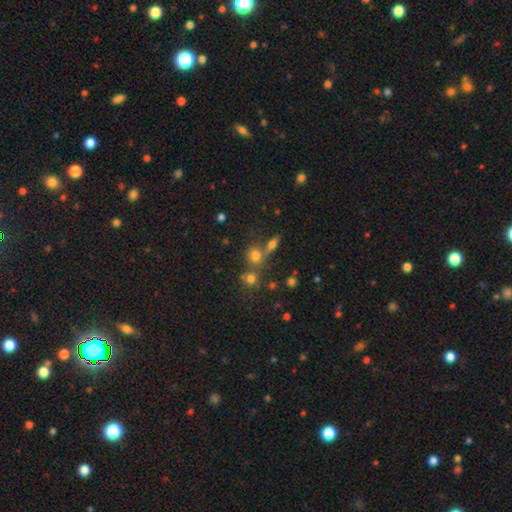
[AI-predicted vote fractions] Smooth or featured: smooth — 65% (star or artifact — 21%)
How rounded: round — 71% (in between — 25%)
Merging: none — 56% (merger — 30%)